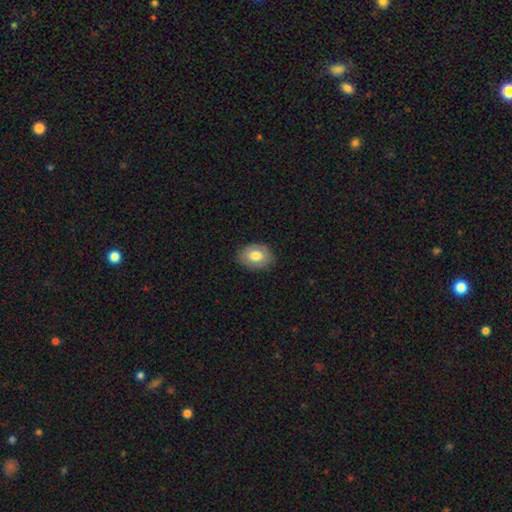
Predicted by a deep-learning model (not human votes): Morphology: type=smooth (73%); roundness=in between (69%); merging=none (84%).